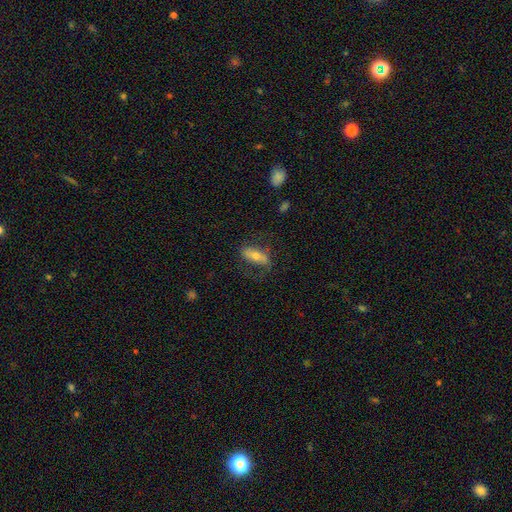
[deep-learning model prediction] Smooth or featured? smooth (49%)
Merging? none (66%)